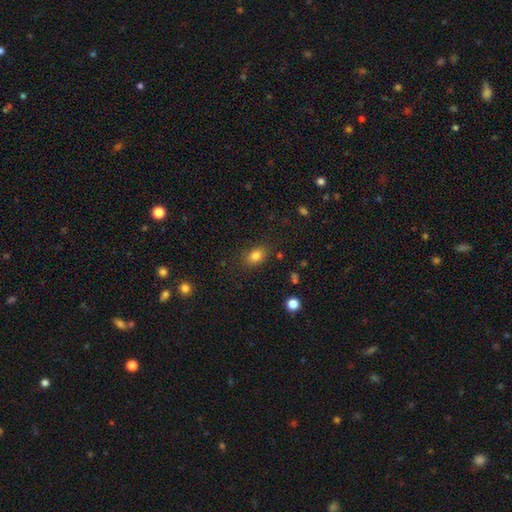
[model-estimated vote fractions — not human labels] Smooth or featured? Predicted: smooth (p=0.82). How rounded? Predicted: in between (p=0.81). Merging? Predicted: none (p=0.81).